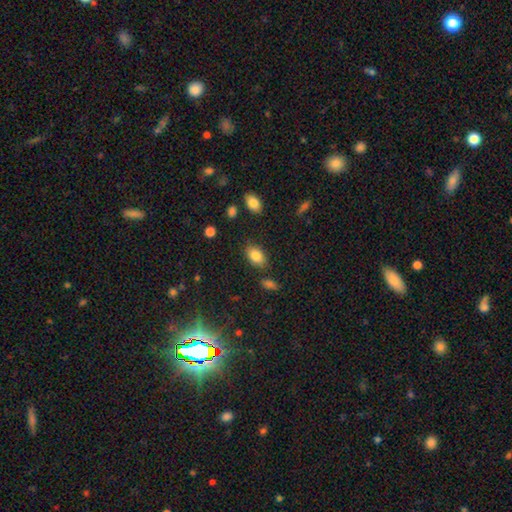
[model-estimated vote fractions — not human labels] Overall: smooth (83%). How rounded: in between (88%). Merging: none (78%).